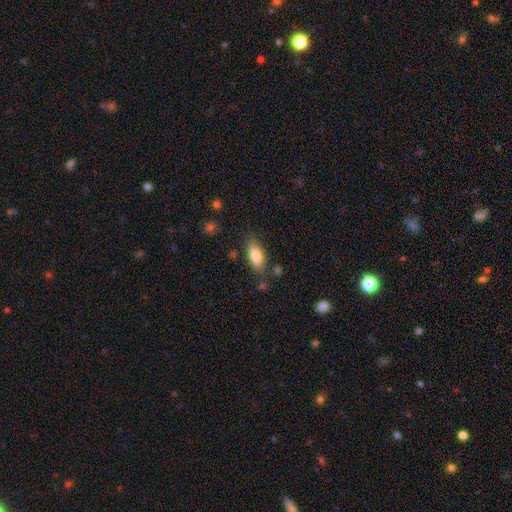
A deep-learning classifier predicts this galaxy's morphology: type=smooth (78%); roundness=in between (83%); merging=none (79%).